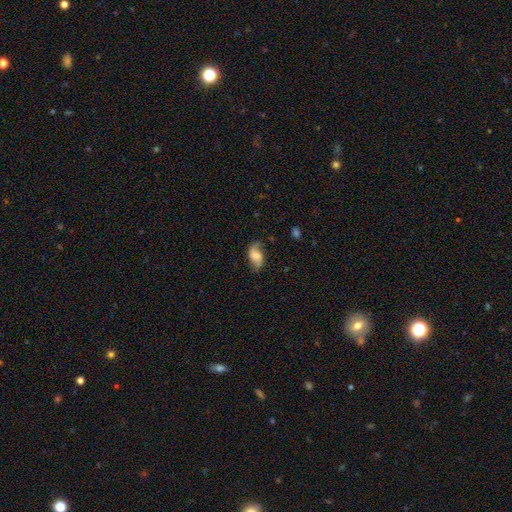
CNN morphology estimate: A featured or disk galaxy (57%) with no bar (48%), spiral arms (91%) and no central bulge (40%). Merging: none (66%).